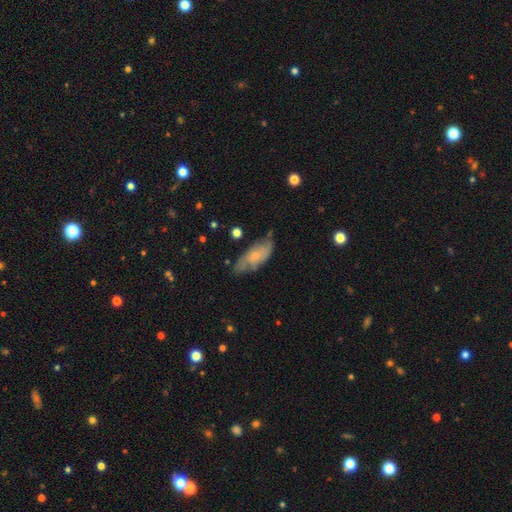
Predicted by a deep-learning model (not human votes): Smooth or featured? Predicted: smooth (p=0.53). How rounded? Predicted: in between (p=0.80). Merging? Predicted: none (p=0.62).